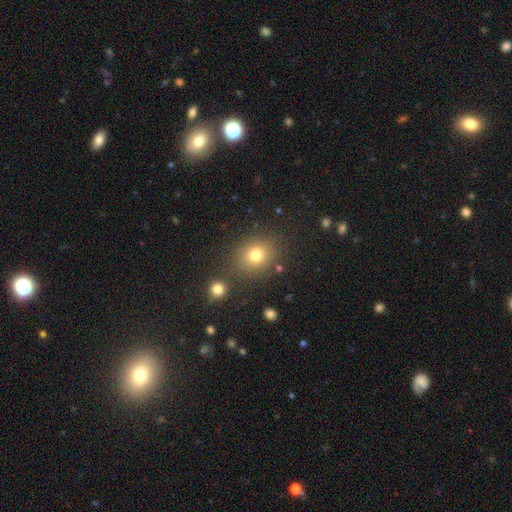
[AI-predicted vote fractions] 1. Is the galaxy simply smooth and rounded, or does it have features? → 75% smooth, 15% star or artifact, 10% featured or disk.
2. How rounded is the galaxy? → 61% round, 38% in between, 1% cigar-shaped.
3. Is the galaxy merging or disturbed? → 69% none, 13% merger, 13% minor disturbance, 5% major disturbance.